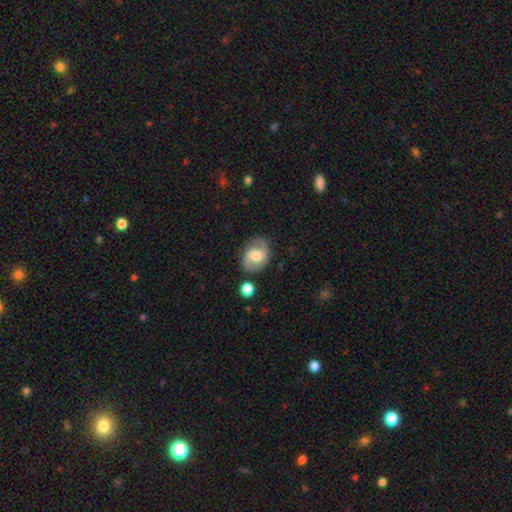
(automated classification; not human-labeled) The model was most divided on "bar": weak: 46%, no: 41%, strong: 13%. More confident: edge-on disk — no (97%); spiral arms — yes (92%); spiral arm count — 2 (91%); merging — none (79%); smooth or featured — featured or disk (71%); bulge size — moderate (52%); spiral winding — medium (52%).